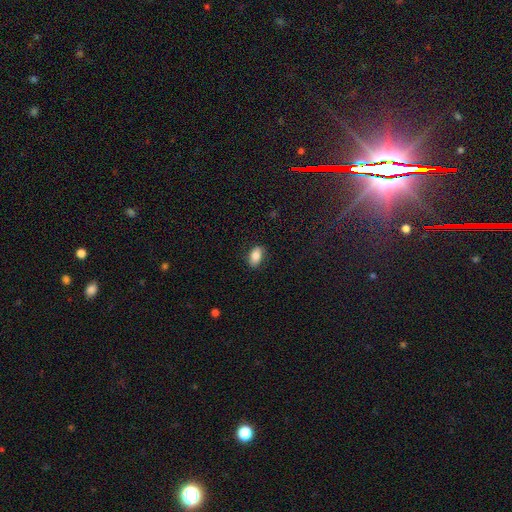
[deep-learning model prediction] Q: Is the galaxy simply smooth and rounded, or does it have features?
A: smooth — 84%.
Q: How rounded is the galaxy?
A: in between — 90%.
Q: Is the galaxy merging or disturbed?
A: none — 83%.